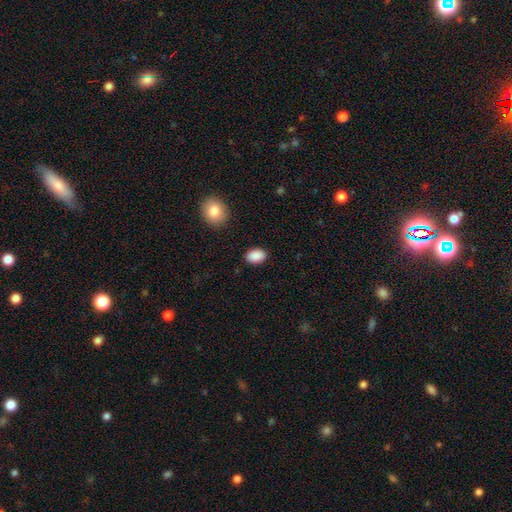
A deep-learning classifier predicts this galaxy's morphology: smooth-or-featured: smooth: 90% | star or artifact: 7% | featured or disk: 3%
  how-rounded: in between: 82% | round: 17% | cigar-shaped: 1%
  merging: none: 88% | minor disturbance: 9% | major disturbance: 2% | merger: 1%